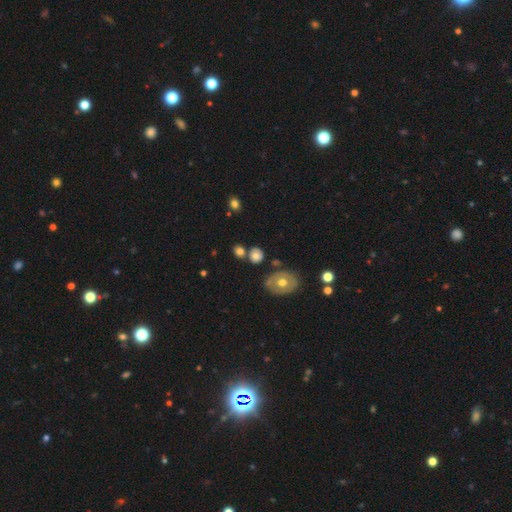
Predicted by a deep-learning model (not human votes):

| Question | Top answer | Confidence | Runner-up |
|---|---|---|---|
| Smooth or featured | smooth | 71% | featured or disk (18%) |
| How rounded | round | 78% | in between (21%) |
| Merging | none | 70% | merger (14%) |